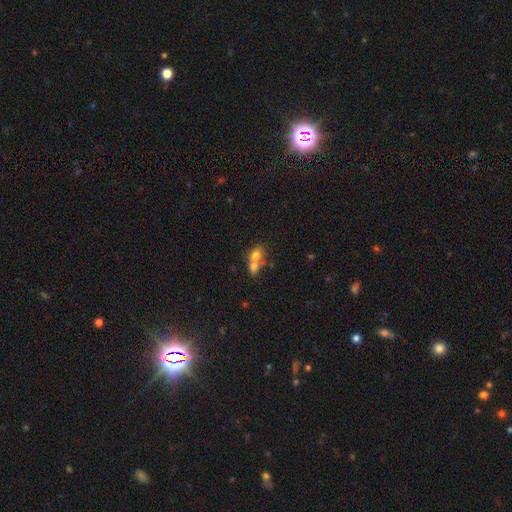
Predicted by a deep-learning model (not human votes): This is likely a smooth galaxy (69%). How rounded: possibly round (54%). Merging: likely merger (69%).